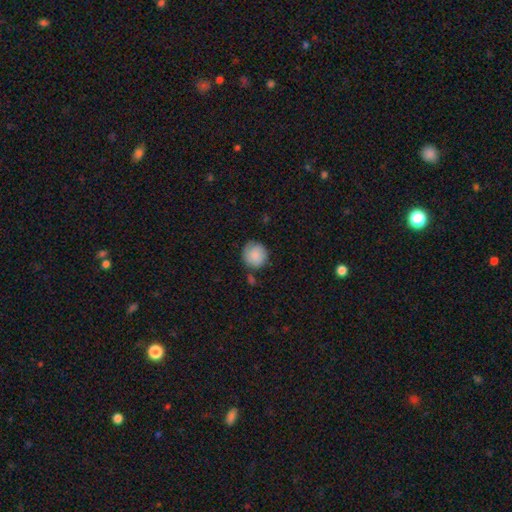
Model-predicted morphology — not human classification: type=smooth (86%); roundness=round (92%); merging=none (72%).